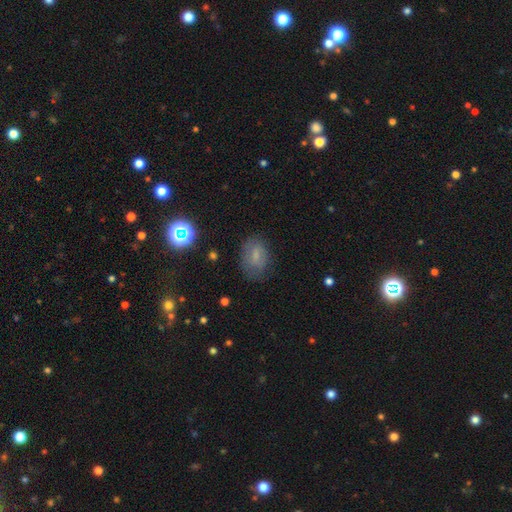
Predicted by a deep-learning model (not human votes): The model was most divided on "smooth or featured": smooth: 63%, featured or disk: 21%, star or artifact: 16%. More confident: how rounded — in between (77%); merging — none (68%).